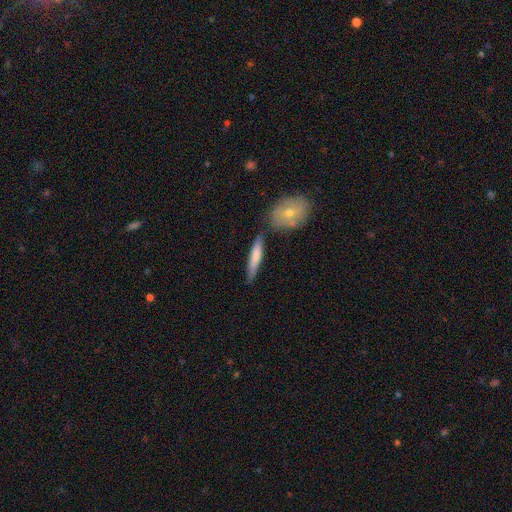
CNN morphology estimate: Overall: smooth (64%; featured or disk 30%). How rounded: cigar-shaped (86%). Merging: none (66%).